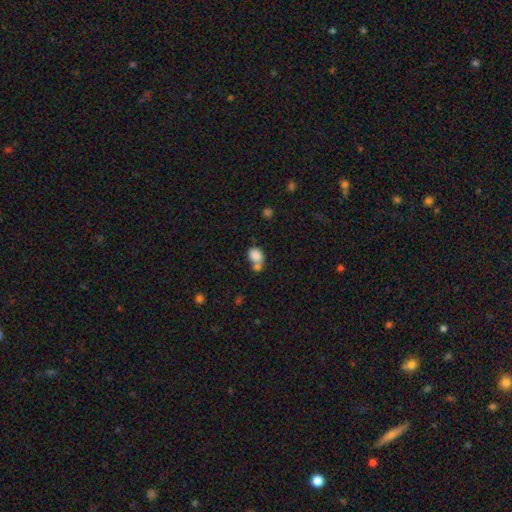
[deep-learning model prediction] The model was most divided on "merging": merger: 47%, none: 35%, minor disturbance: 12%, major disturbance: 6%. More confident: smooth or featured — smooth (83%); how rounded — in between (58%).